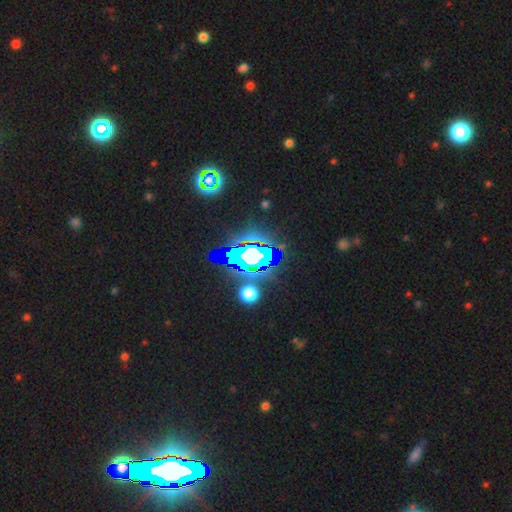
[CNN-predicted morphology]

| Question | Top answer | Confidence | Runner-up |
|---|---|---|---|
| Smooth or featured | star or artifact | 73% | featured or disk (14%) |